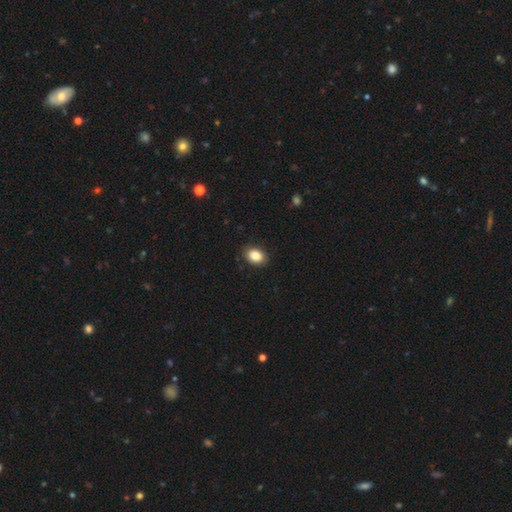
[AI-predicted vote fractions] Overall: smooth (87%). How rounded: in between (71%). Merging: none (88%).